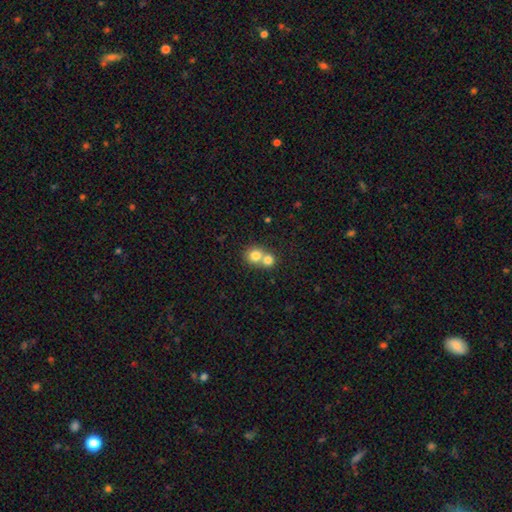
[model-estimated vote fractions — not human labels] Q: Smooth or featured?
A: smooth (78%); runner-up: featured or disk (13%)
Q: How rounded?
A: round (82%); runner-up: in between (17%)
Q: Merging?
A: merger (61%); runner-up: none (33%)